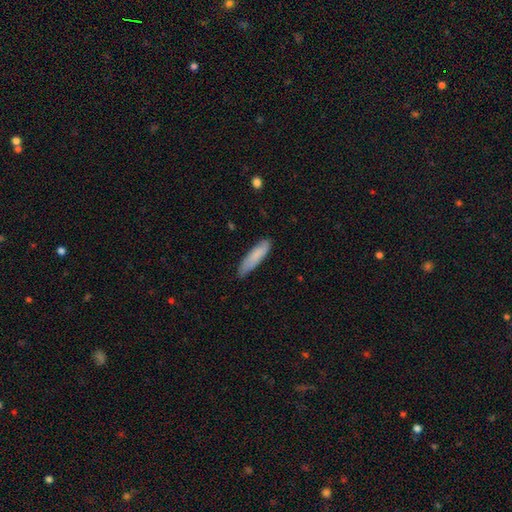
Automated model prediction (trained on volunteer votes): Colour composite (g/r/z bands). It shows a smooth galaxy with no disk features (81%) that is cigar-shaped (73%). Merging: none (77%).